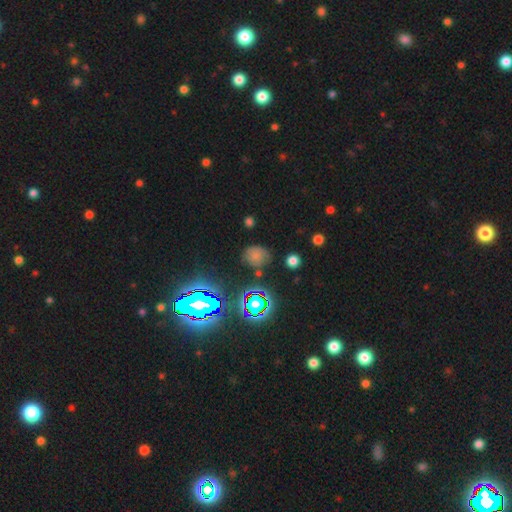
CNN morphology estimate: Q: Smooth or featured?
A: smooth (60%); runner-up: star or artifact (30%)
Q: How rounded?
A: round (70%); runner-up: in between (29%)
Q: Merging?
A: none (72%); runner-up: minor disturbance (18%)